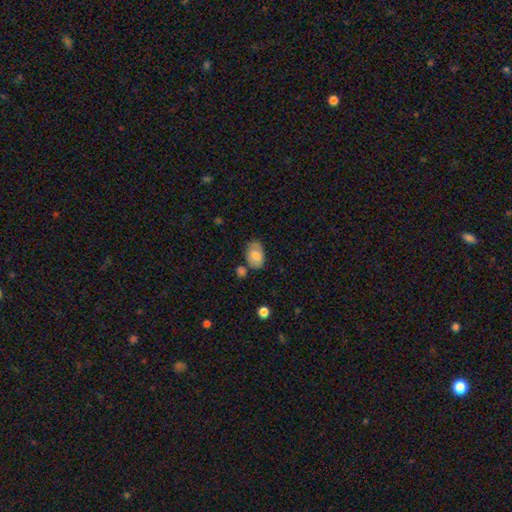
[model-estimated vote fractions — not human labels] Morphology: type=smooth (71%); roundness=in between (87%); merging=none (62%).